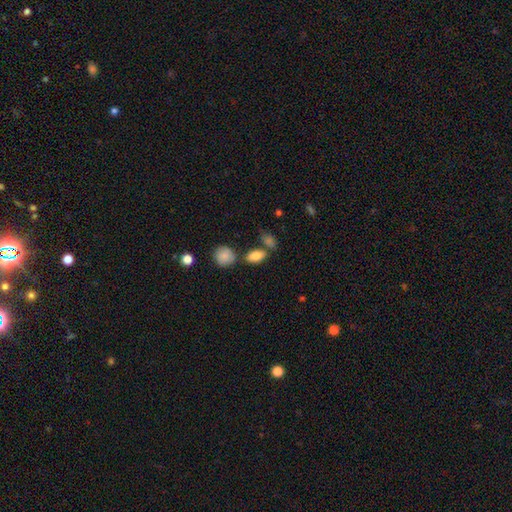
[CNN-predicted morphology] A smooth galaxy with no disk features (83%) that is in between round and cigar-shaped (89%).

Vote fractions:
- Smooth or featured? smooth: 83% / star or artifact: 8% / featured or disk: 8%
- How rounded? in between: 89% / round: 7% / cigar-shaped: 4%
- Merging? none: 66% / merger: 16% / minor disturbance: 14% / major disturbance: 5%